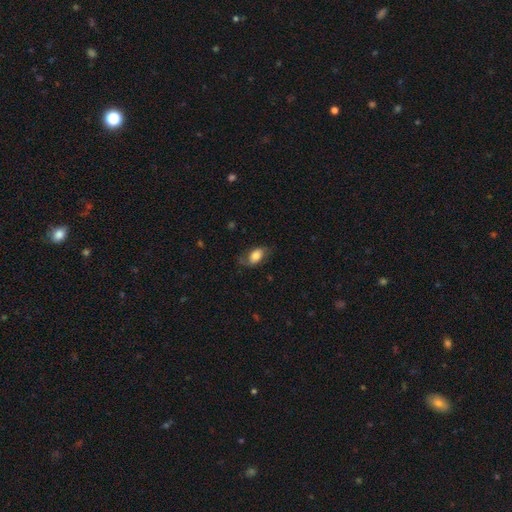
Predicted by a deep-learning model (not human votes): A smooth galaxy with no disk features (66%) that is in between round and cigar-shaped (88%). Merging: none (62%).